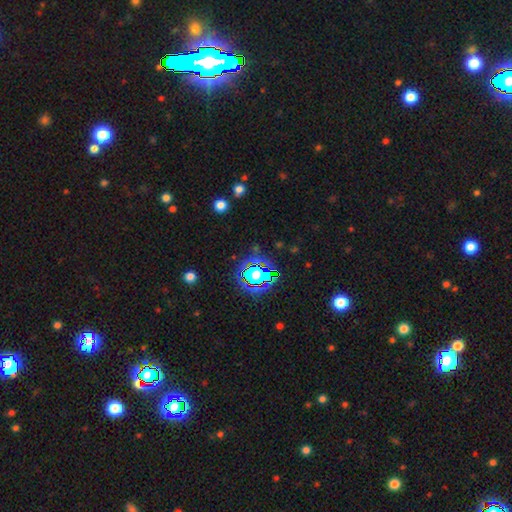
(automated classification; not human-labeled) This appears to be a star or artifact, not a galaxy (78%).